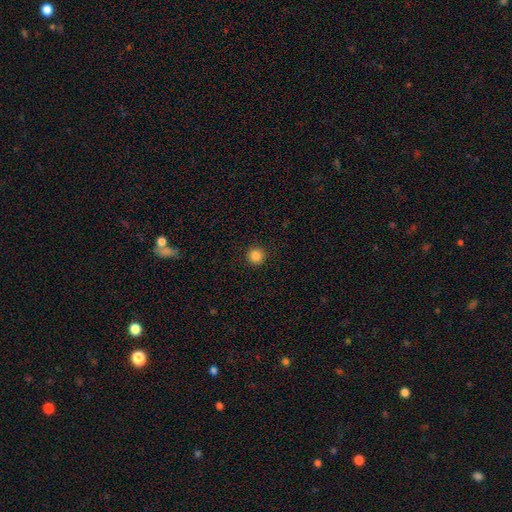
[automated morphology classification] This appears to be a smooth galaxy with no disk features (86%) that is round (95%). Merging: none (93%).